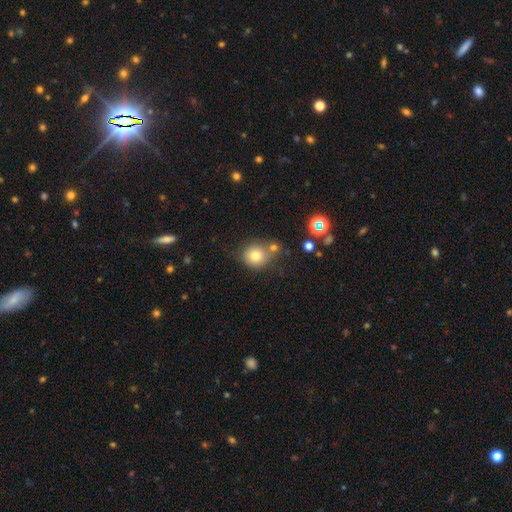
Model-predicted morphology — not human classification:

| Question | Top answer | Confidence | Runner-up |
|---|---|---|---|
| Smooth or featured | smooth | 77% | star or artifact (12%) |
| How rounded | round | 84% | in between (15%) |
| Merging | none | 59% | merger (22%) |